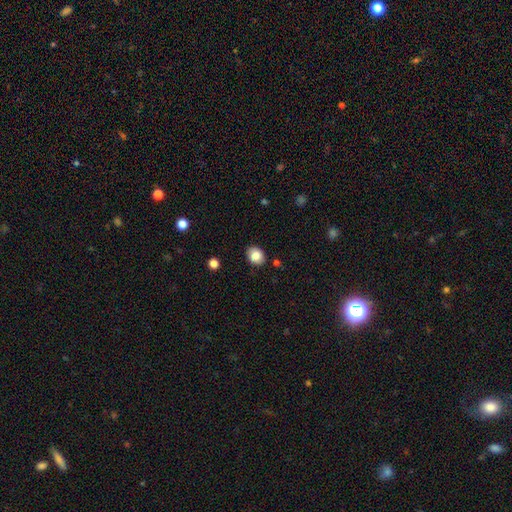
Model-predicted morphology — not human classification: smooth 84%, star or artifact 9%, featured or disk 7%. Down the decision tree: how rounded — in between (50%); merging — none (85%).